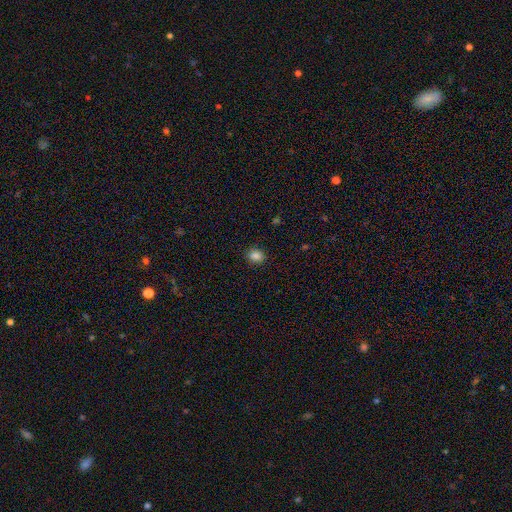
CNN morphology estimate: Smooth or featured? Predicted: smooth (p=0.85). How rounded? Predicted: round (p=0.51). Merging? Predicted: none (p=0.89).